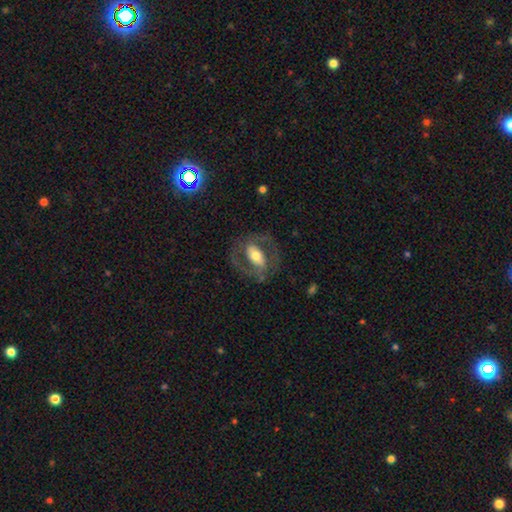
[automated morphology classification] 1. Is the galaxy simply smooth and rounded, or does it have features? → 64% featured or disk, 30% smooth, 6% star or artifact.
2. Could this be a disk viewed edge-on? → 93% no, 7% yes.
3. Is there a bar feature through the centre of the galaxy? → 35% no (tied), 35% strong (tied), 30% weak.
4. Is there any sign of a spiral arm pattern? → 58% yes, 42% no.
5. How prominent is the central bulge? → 59% moderate, 24% large, 13% small, 2% dominant, 1% none.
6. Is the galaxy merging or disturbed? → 70% none, 15% minor disturbance, 13% major disturbance, 1% merger.